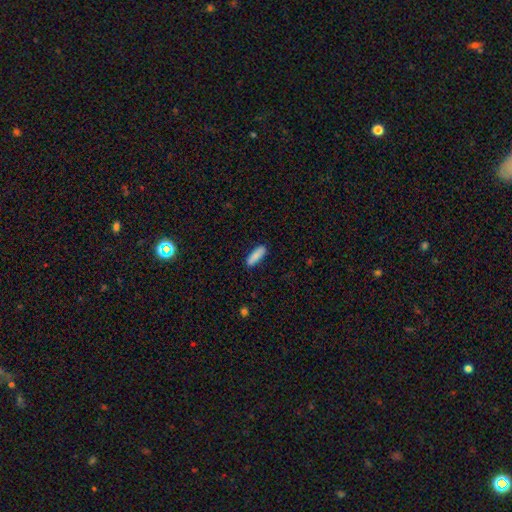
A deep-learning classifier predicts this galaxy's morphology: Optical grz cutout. It shows a smooth galaxy with no disk features (88%) that is cigar-shaped (53%). Merging: none (88%).